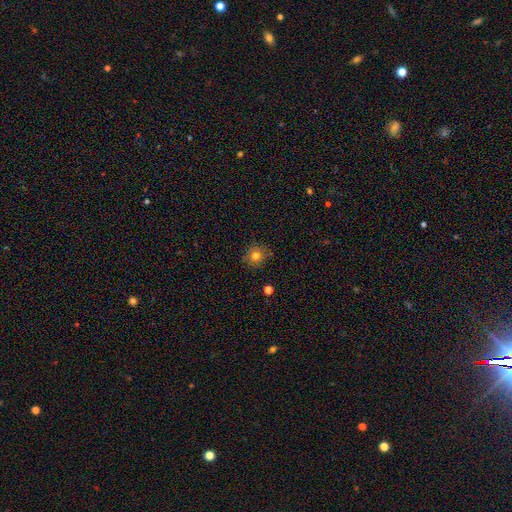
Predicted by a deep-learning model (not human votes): Smooth or featured? Predicted: smooth (p=0.77). How rounded? Predicted: round (p=0.90). Merging? Predicted: none (p=0.86).